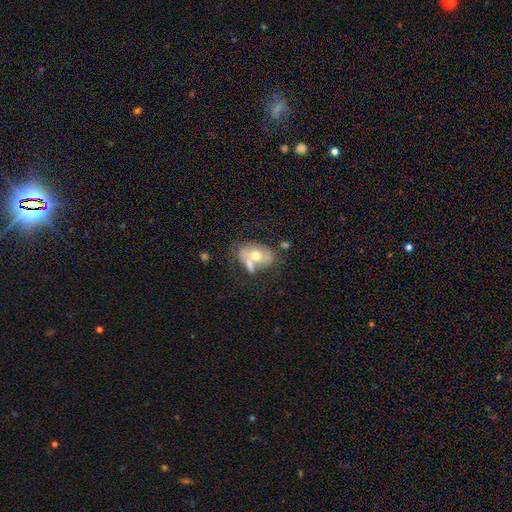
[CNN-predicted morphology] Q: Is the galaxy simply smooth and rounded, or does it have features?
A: featured or disk — 46%, tied with smooth.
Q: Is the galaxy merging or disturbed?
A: none — 38%.